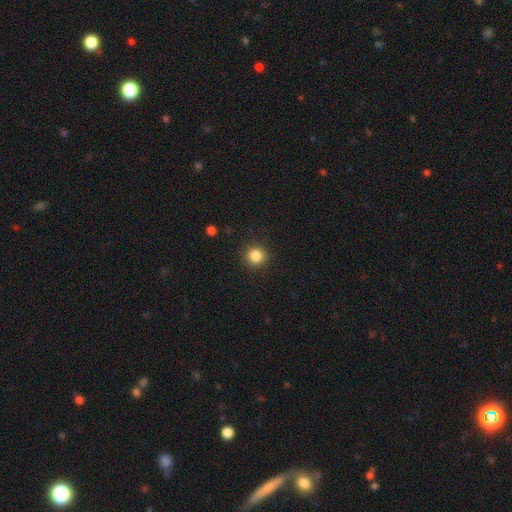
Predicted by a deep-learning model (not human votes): Smooth or featured? smooth (85%)
How rounded? round (94%)
Merging? none (91%)